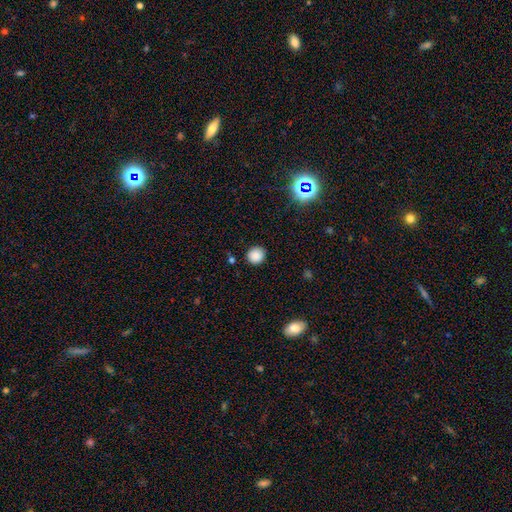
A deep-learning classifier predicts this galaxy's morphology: Q: Smooth or featured?
A: smooth (86%); runner-up: star or artifact (11%)
Q: How rounded?
A: round (90%); runner-up: in between (9%)
Q: Merging?
A: none (89%); runner-up: minor disturbance (7%)